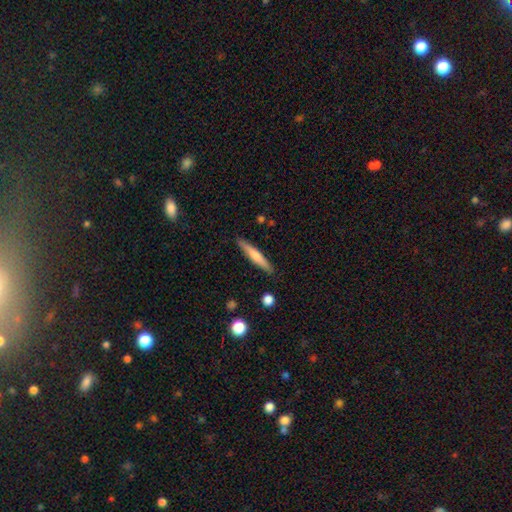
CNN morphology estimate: Smooth or featured? Predicted: smooth (p=0.62). How rounded? Predicted: cigar-shaped (p=0.92). Merging? Predicted: none (p=0.88).